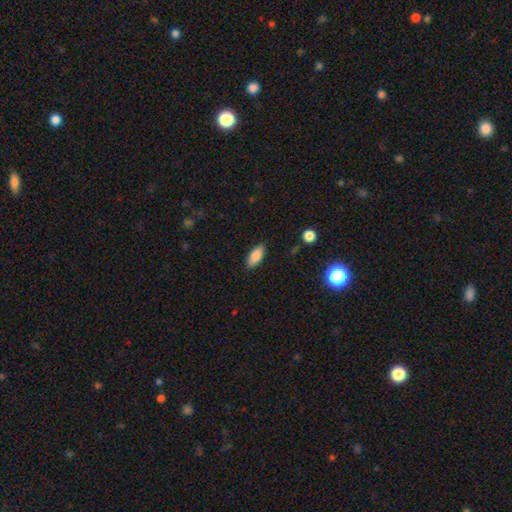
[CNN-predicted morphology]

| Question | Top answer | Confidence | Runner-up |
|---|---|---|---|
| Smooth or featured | smooth | 85% | featured or disk (8%) |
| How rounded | in between | 85% | cigar-shaped (13%) |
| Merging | none | 87% | minor disturbance (10%) |